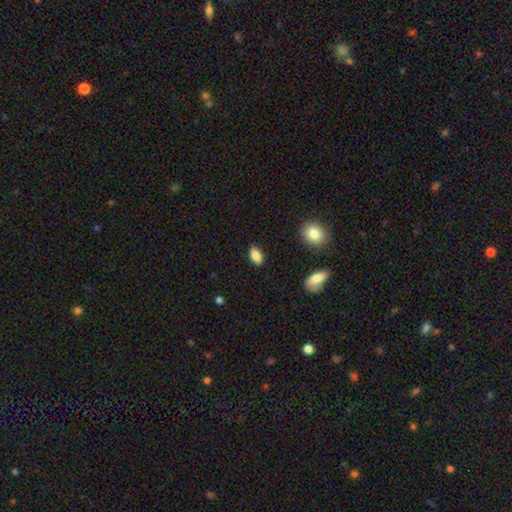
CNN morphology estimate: smooth 86%, star or artifact 8%, featured or disk 6%. Down the decision tree: how rounded — in between (90%); merging — none (85%).